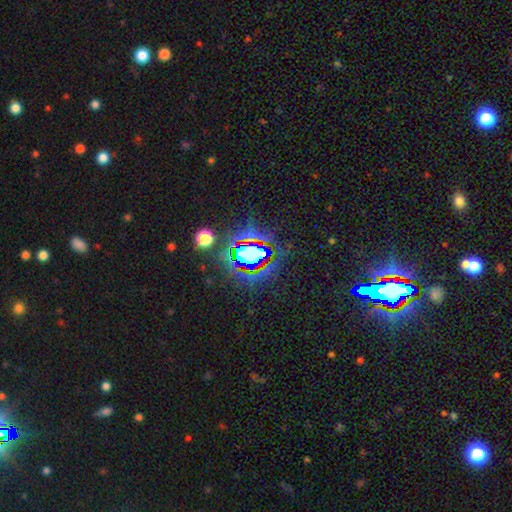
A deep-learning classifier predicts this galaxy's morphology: Smooth or featured?
  - star or artifact: 69% *
  - smooth: 18%
  - featured or disk: 13%